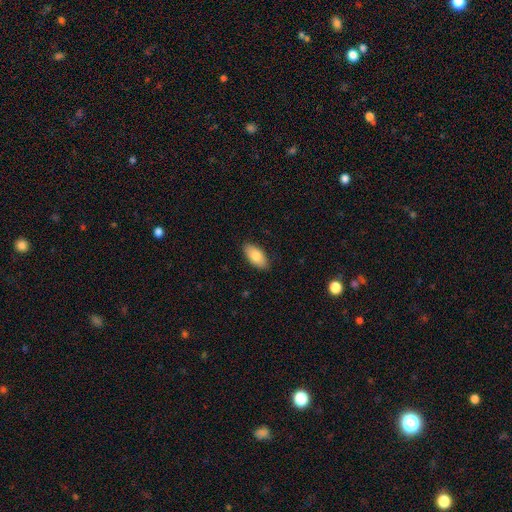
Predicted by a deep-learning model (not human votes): Q: Smooth or featured?
A: smooth (83%); runner-up: featured or disk (11%)
Q: How rounded?
A: in between (93%); runner-up: cigar-shaped (5%)
Q: Merging?
A: none (88%); runner-up: minor disturbance (9%)